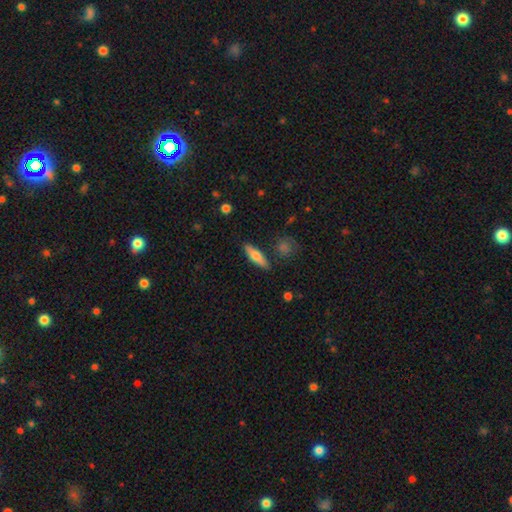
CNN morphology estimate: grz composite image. It shows a smooth galaxy with no disk features (63%) that is cigar-shaped (60%). Merging: none (84%).